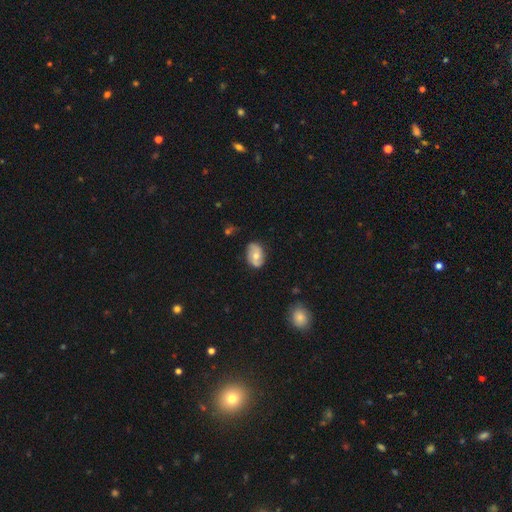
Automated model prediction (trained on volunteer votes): smooth_or_featured: featured or disk (p=0.48) [alt: smooth p=0.45]
merging: none (p=0.76) [alt: minor disturbance p=0.18]